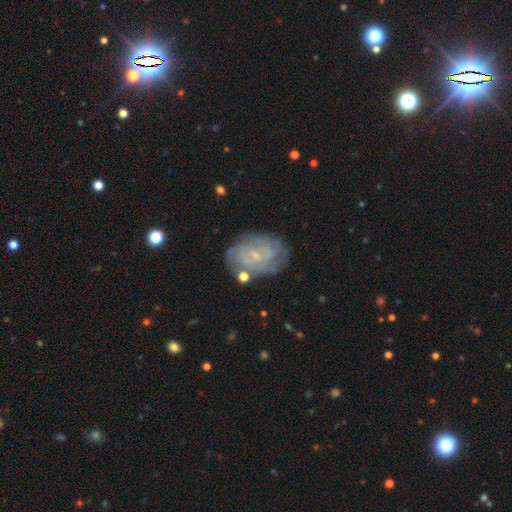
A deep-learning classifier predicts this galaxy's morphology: Smooth or featured? Predicted: featured or disk (p=0.71). Edge-on disk? Predicted: no (p=0.97). Bar? Predicted: no (p=0.67). Spiral arms? Predicted: yes (p=0.87). Spiral winding? Predicted: tight (p=0.66). Spiral arm count? Predicted: can't tell (p=0.48). Bulge size? Predicted: small (p=0.80). Merging? Predicted: none (p=0.72).